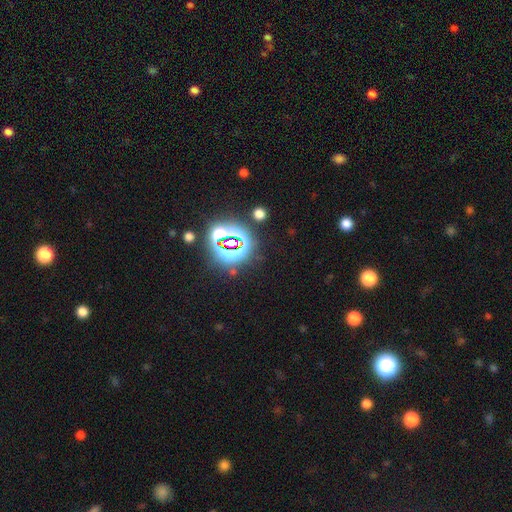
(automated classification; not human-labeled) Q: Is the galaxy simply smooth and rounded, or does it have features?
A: star or artifact — 82%.